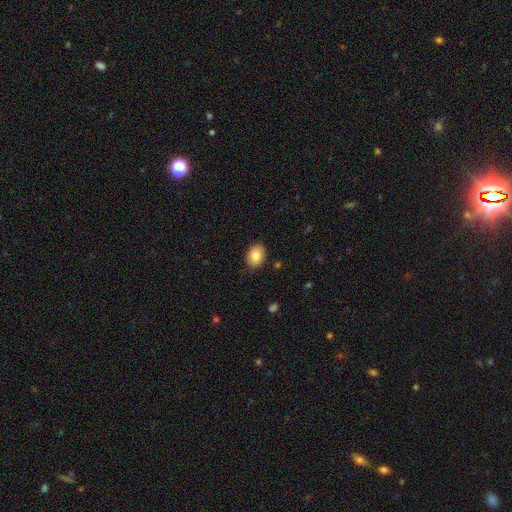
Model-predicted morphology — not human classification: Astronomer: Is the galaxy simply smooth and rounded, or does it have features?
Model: smooth — 84%.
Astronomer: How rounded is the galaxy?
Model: in between — 69%.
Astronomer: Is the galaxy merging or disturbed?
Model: none — 84%.